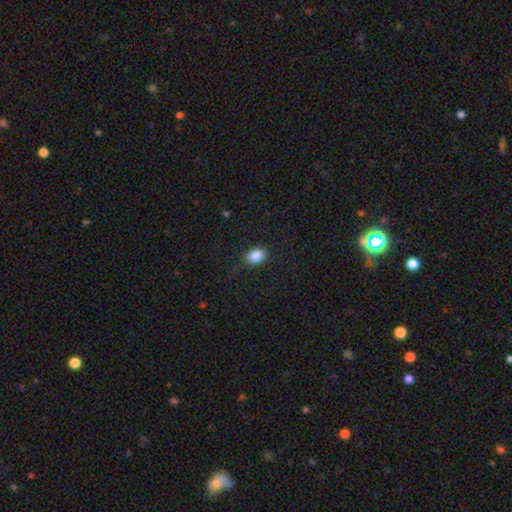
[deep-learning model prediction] Smooth or featured? smooth (86%)
How rounded? in between (79%)
Merging? none (79%)